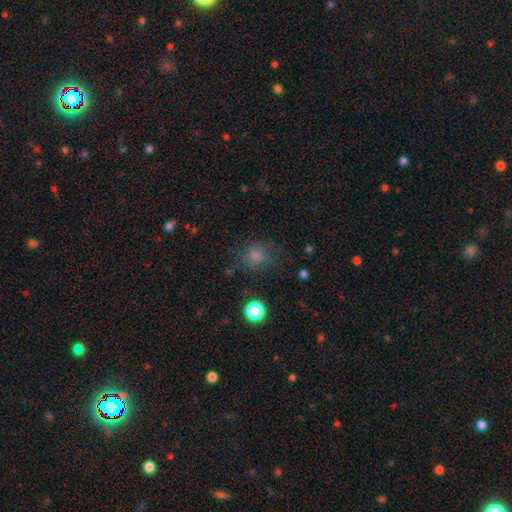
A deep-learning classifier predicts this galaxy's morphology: Smooth or featured?
  - smooth: 68% *
  - star or artifact: 23%
  - featured or disk: 10%
How rounded?
  - round: 82% *
  - in between: 17%
  - cigar-shaped: 1%
Merging?
  - none: 71% *
  - minor disturbance: 17%
  - major disturbance: 10%
  - merger: 2%